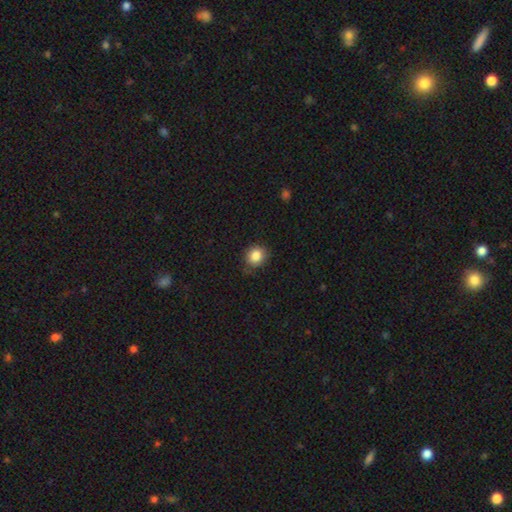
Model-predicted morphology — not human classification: Q: Smooth or featured?
A: smooth (85%); runner-up: star or artifact (10%)
Q: How rounded?
A: round (77%); runner-up: in between (22%)
Q: Merging?
A: none (80%); runner-up: minor disturbance (15%)